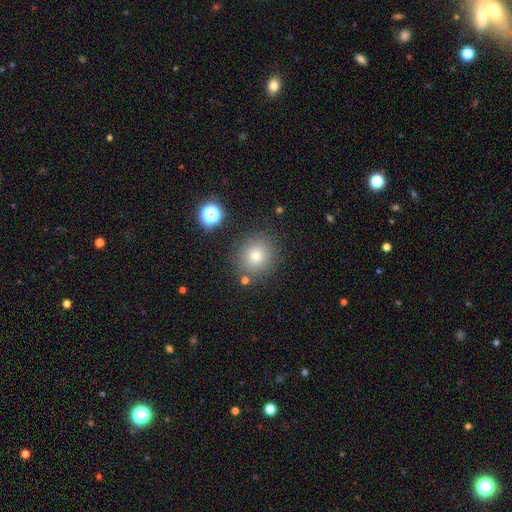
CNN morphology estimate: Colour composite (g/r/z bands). It shows a smooth galaxy with no disk features (77%) that is round (88%). Merging: none (85%).